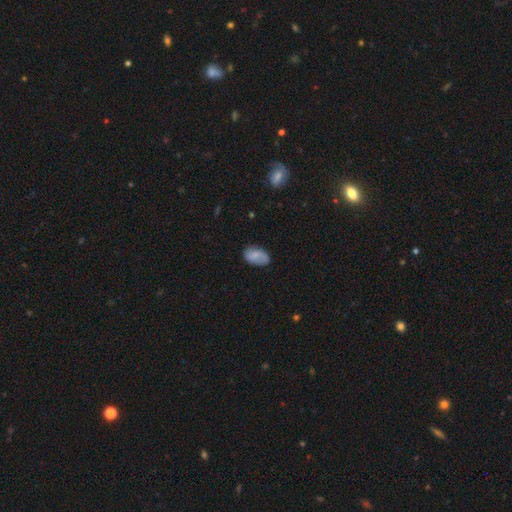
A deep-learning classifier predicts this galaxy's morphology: Q: Smooth or featured?
A: smooth (74%); runner-up: featured or disk (19%)
Q: How rounded?
A: in between (92%); runner-up: round (7%)
Q: Merging?
A: none (72%); runner-up: minor disturbance (22%)